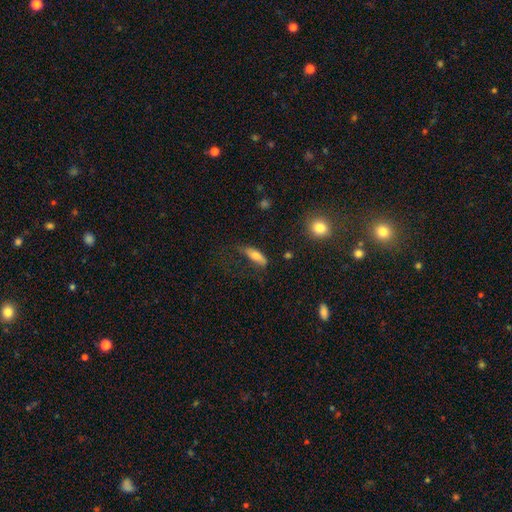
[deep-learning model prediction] This appears to be a smooth galaxy with no disk features (76%) that is in between round and cigar-shaped (60%). Merging: none (51%).